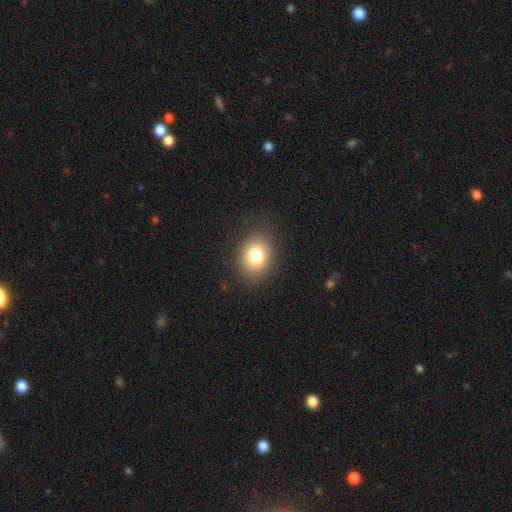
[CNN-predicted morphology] A smooth galaxy with no disk features (80%) that is in between round and cigar-shaped (57%). Merging: none (84%).